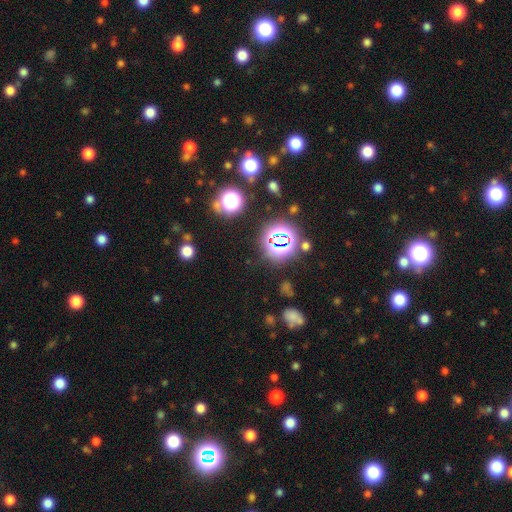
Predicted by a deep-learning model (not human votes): smooth_or_featured: star or artifact (p=0.77) [alt: smooth p=0.15]